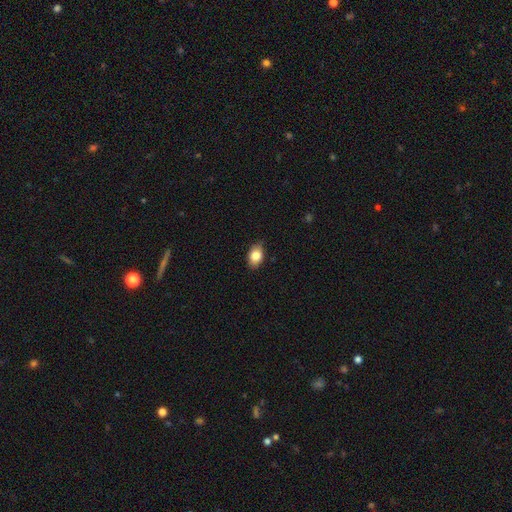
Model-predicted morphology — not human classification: Smooth or featured?
  - smooth: 83% *
  - featured or disk: 9%
  - star or artifact: 8%
How rounded?
  - in between: 84% *
  - round: 14%
  - cigar-shaped: 2%
Merging?
  - none: 84% *
  - minor disturbance: 13%
  - major disturbance: 2%
  - merger: 1%